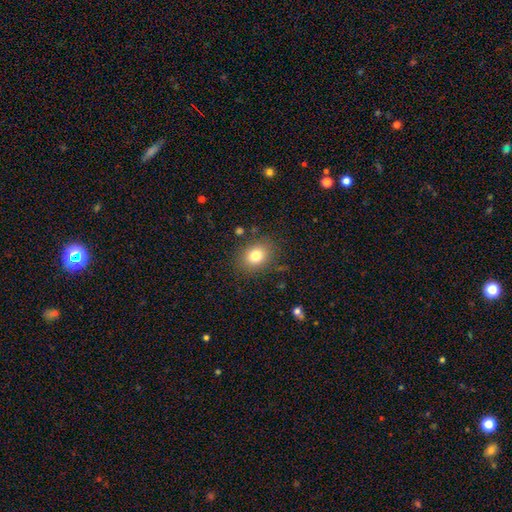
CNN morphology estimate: A smooth galaxy with no disk features (80%) that is round (53%).

Vote fractions:
- Smooth or featured? smooth: 80% / star or artifact: 11% / featured or disk: 9%
- How rounded? round: 53% / in between: 46% / cigar-shaped: 1%
- Merging? none: 84% / minor disturbance: 10% / major disturbance: 4% / merger: 2%